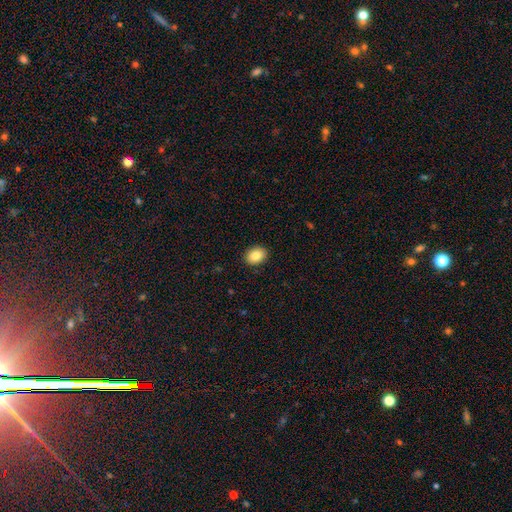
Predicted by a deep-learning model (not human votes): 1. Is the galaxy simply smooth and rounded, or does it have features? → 85% smooth, 8% star or artifact, 7% featured or disk.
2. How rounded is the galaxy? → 64% in between, 35% round, 1% cigar-shaped.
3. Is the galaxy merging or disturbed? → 90% none, 7% minor disturbance, 2% major disturbance, 1% merger.